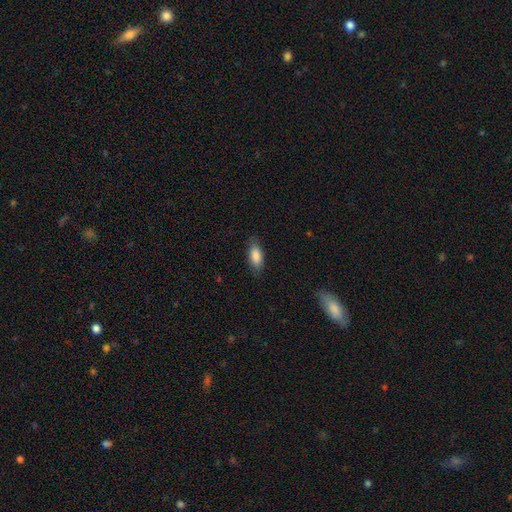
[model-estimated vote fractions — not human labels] This is clearly a smooth galaxy (86%). How rounded: clearly in between (85%). Merging: clearly none (82%).